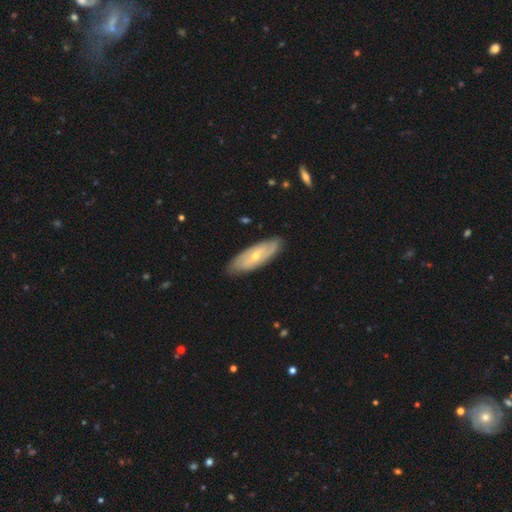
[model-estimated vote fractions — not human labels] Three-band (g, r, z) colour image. It shows a featured or disk galaxy (62%). Merging: none (83%).